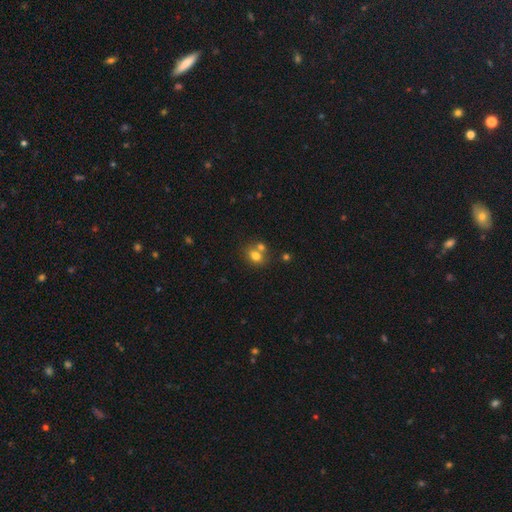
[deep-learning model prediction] Smooth or featured? Predicted: smooth (p=0.76). How rounded? Predicted: in between (p=0.51). Merging? Predicted: none (p=0.48).